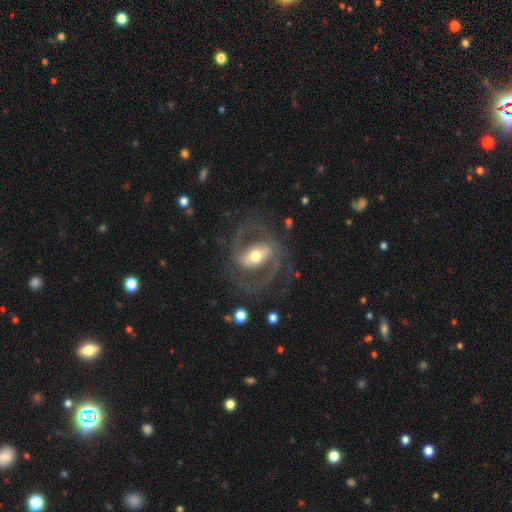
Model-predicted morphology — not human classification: Smooth or featured? featured or disk (87%)
Edge-on disk? no (96%)
Bar? strong (55%)
Spiral arms? yes (90%)
Spiral winding? medium (56%)
Spiral arm count? 2 (86%)
Bulge size? moderate (67%)
Merging? none (72%)